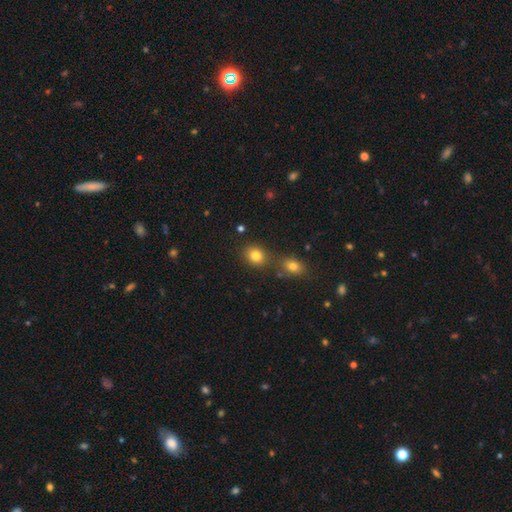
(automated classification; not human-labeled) smooth_or_featured: smooth (p=0.81) [alt: star or artifact p=0.12]
how_rounded: round (p=0.63) [alt: in between p=0.36]
merging: none (p=0.70) [alt: merger p=0.18]